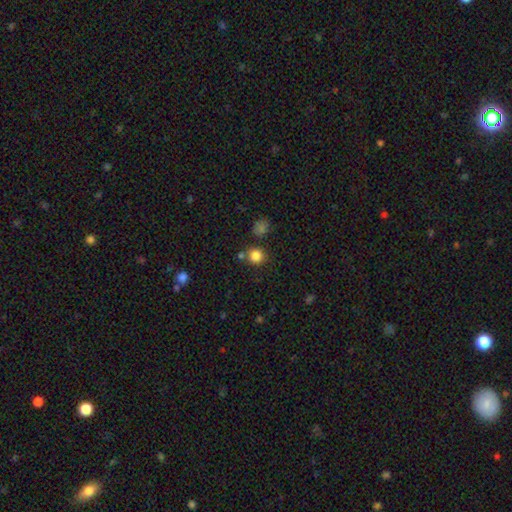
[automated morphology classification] smooth 83%, star or artifact 12%, featured or disk 5%. Down the decision tree: how rounded — round (90%); merging — none (76%).